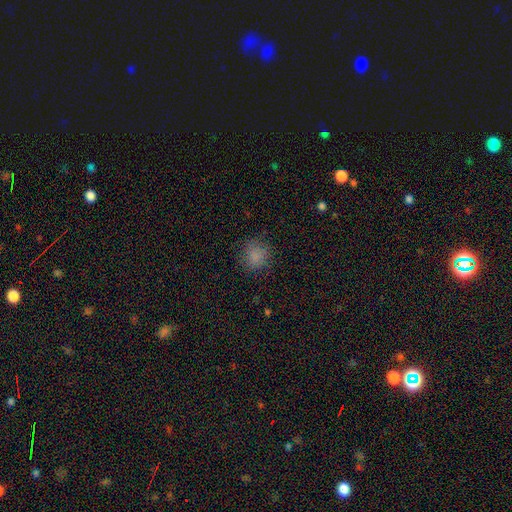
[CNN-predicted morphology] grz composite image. It shows a smooth galaxy with no disk features (82%) that is round (85%). Merging: none (82%).